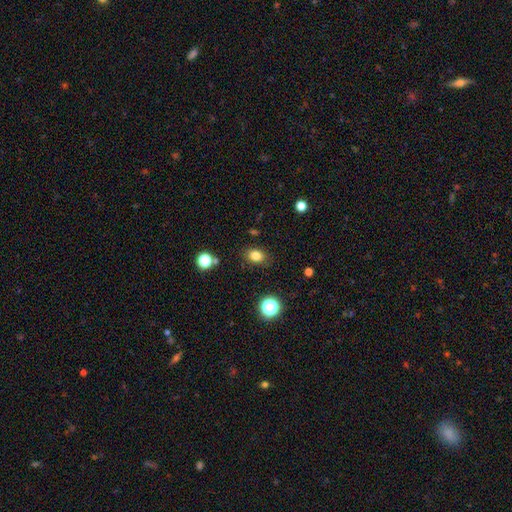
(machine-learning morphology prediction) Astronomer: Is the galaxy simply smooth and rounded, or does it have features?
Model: smooth — 81%.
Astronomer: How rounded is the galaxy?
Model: in between — 63%.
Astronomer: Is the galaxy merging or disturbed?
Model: none — 85%.